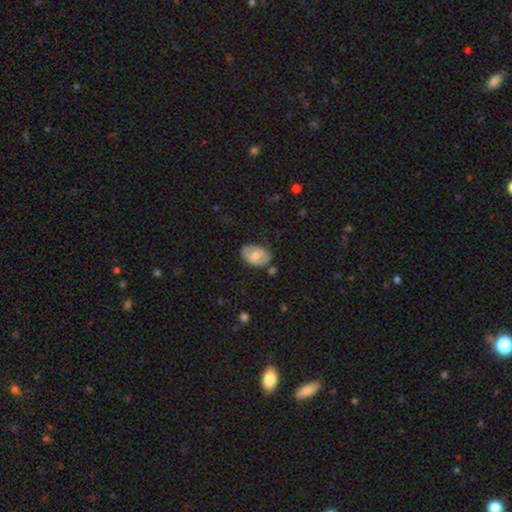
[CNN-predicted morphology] Smooth or featured: smooth — 67% (featured or disk — 26%)
How rounded: in between — 88% (round — 11%)
Merging: none — 73% (minor disturbance — 19%)